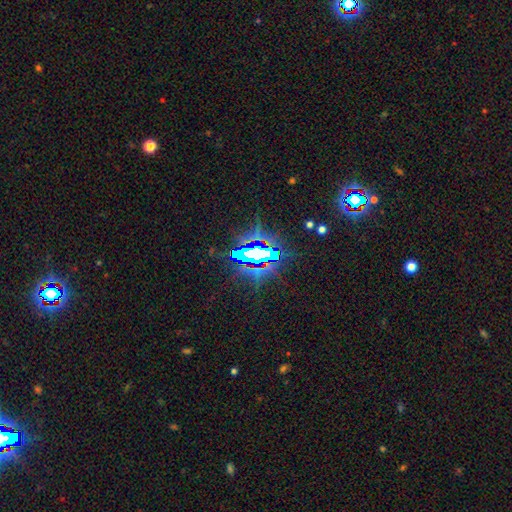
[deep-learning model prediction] The model was most divided on "smooth or featured": star or artifact: 72%, smooth: 16%, featured or disk: 13%.